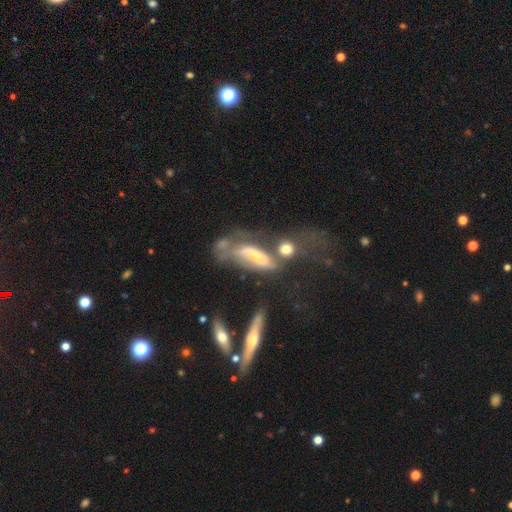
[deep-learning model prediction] Morphology: type=featured or disk (55%); edge-on=no (68%); merging=merger (40%).